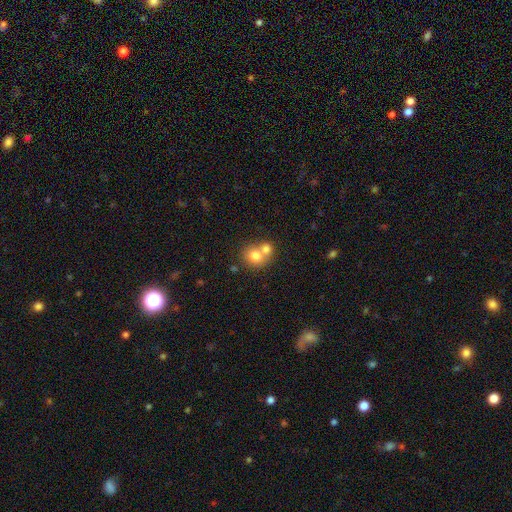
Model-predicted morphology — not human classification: smooth-or-featured: smooth: 75% | featured or disk: 15% | star or artifact: 10%
  how-rounded: round: 76% | in between: 23% | cigar-shaped: 1%
  merging: merger: 56% | none: 35% | minor disturbance: 7% | major disturbance: 3%